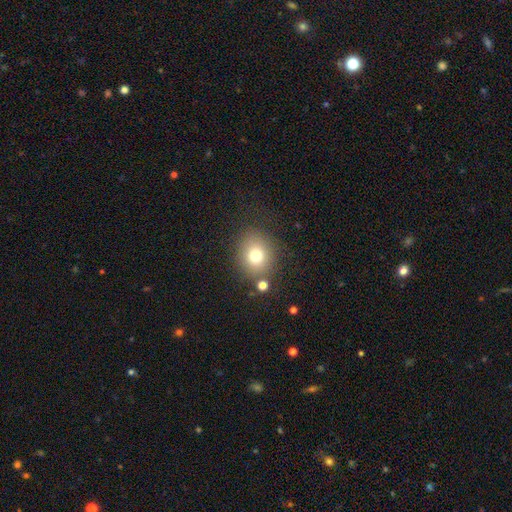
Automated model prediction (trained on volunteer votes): Overall: smooth (75%). How rounded: round (71%). Merging: none (78%).